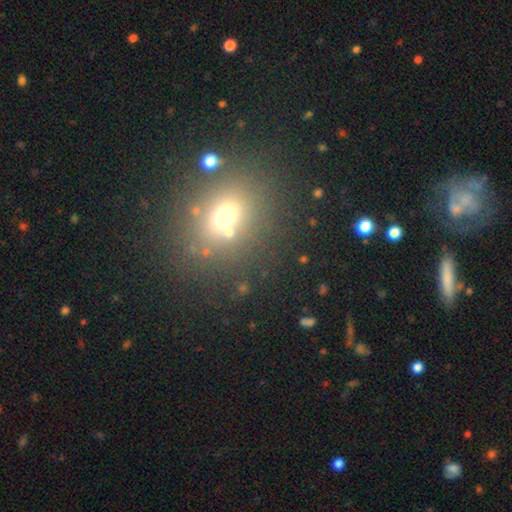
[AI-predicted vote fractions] A smooth galaxy with no disk features (50%) that is round (58%).

Vote fractions:
- Smooth or featured? smooth: 50% / star or artifact: 34% / featured or disk: 15%
- How rounded? round: 58% / in between: 39% / cigar-shaped: 3%
- Merging? none: 80% / minor disturbance: 10% / merger: 5% / major disturbance: 5%